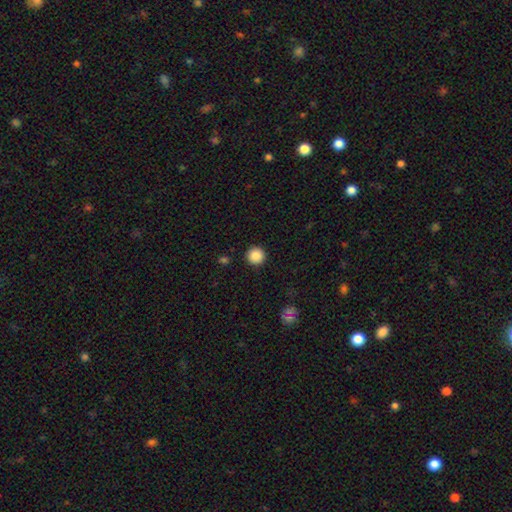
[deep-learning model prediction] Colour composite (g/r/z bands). It shows a smooth galaxy with no disk features (87%) that is round (96%). Merging: none (92%).